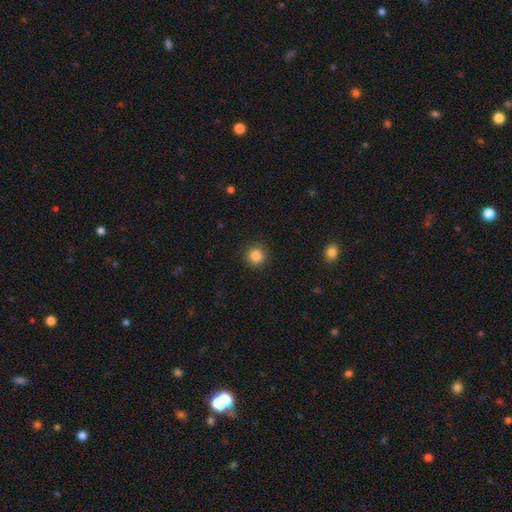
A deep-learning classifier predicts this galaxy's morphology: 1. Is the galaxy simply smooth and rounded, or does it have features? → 86% smooth, 11% star or artifact, 3% featured or disk.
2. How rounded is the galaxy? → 91% round, 8% in between, 1% cigar-shaped.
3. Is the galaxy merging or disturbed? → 90% none, 7% minor disturbance, 2% major disturbance, 1% merger.